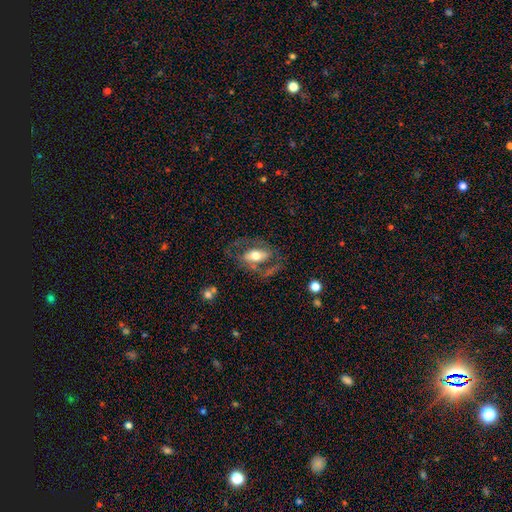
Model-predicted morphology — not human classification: The model was most divided on "spiral arms": no: 53%, yes: 47%. Remaining: edge-on disk — no (87%); bulge size — moderate (64%); smooth or featured — featured or disk (63%); merging — none (61%); bar — no (44%).